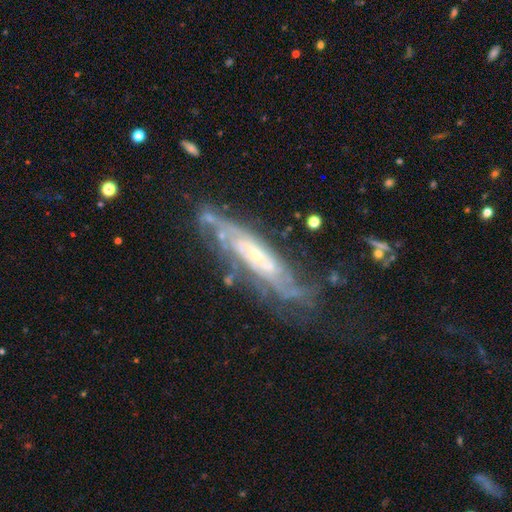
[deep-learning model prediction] Smooth or featured? Predicted: featured or disk (p=0.83). Edge-on disk? Predicted: no (p=0.73). Bar? Predicted: no (p=0.62). Spiral arms? Predicted: yes (p=0.92). Spiral winding? Predicted: tight (p=0.65). Spiral arm count? Predicted: can't tell (p=0.54). Bulge size? Predicted: small (p=0.69). Merging? Predicted: none (p=0.67).